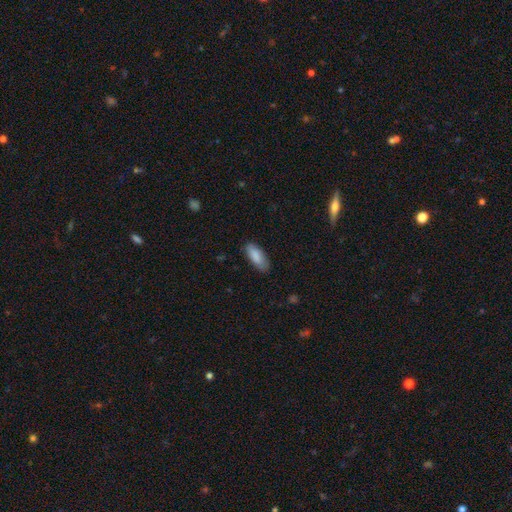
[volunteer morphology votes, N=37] A smooth galaxy with no disk features (89%) that is in between round and cigar-shaped (76%). Merging: none (91%).